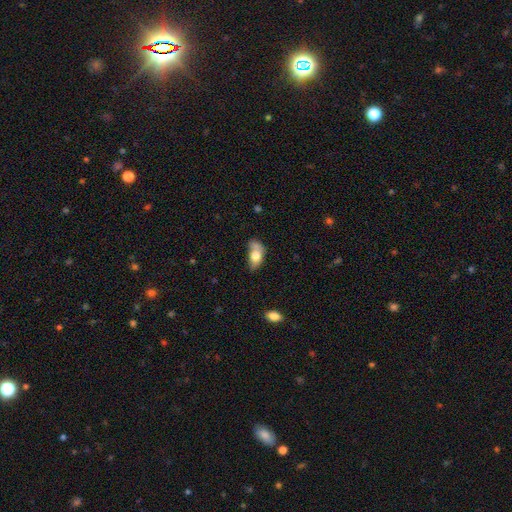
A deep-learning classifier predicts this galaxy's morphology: smooth-or-featured: smooth: 72% | featured or disk: 21% | star or artifact: 8%
  how-rounded: in between: 86% | round: 10% | cigar-shaped: 3%
  merging: minor disturbance: 30% | none: 28% | major disturbance: 21% | merger: 20%